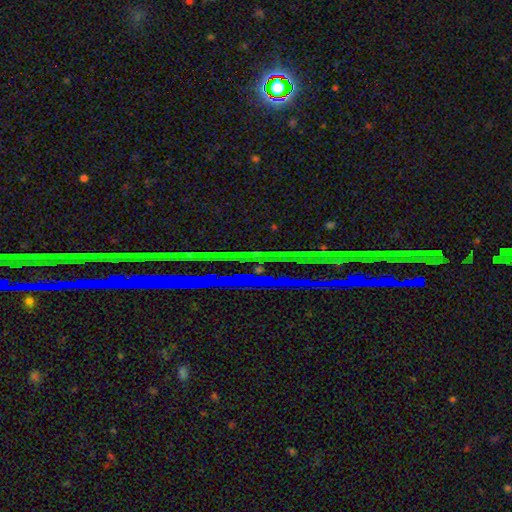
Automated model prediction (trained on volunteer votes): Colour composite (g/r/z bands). It shows a star or artifact, not a galaxy (79%).